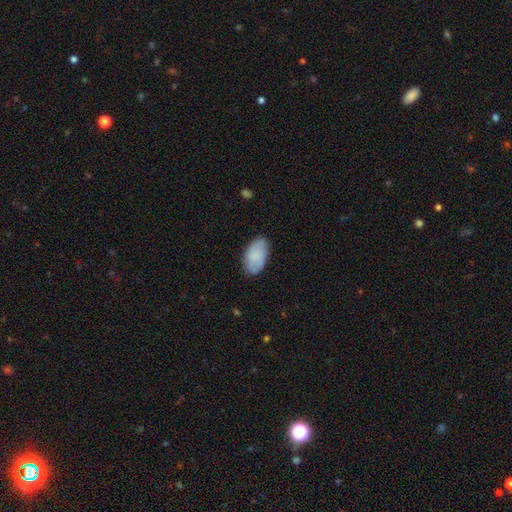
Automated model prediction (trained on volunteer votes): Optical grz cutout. It shows a smooth galaxy with no disk features (81%) that is in between round and cigar-shaped (95%). Merging: none (77%).